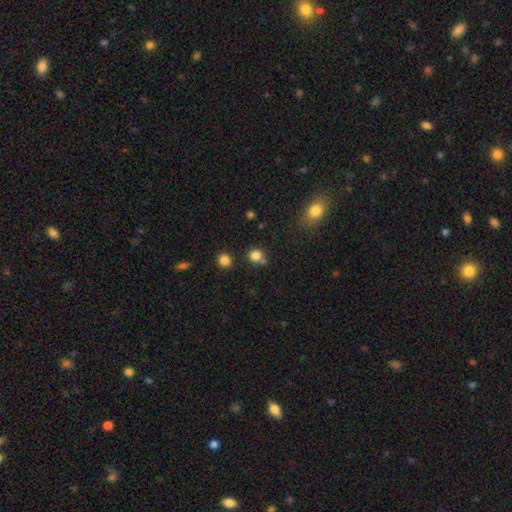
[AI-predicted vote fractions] Q: Smooth or featured?
A: smooth (81%); runner-up: star or artifact (14%)
Q: How rounded?
A: round (85%); runner-up: in between (14%)
Q: Merging?
A: none (67%); runner-up: merger (18%)